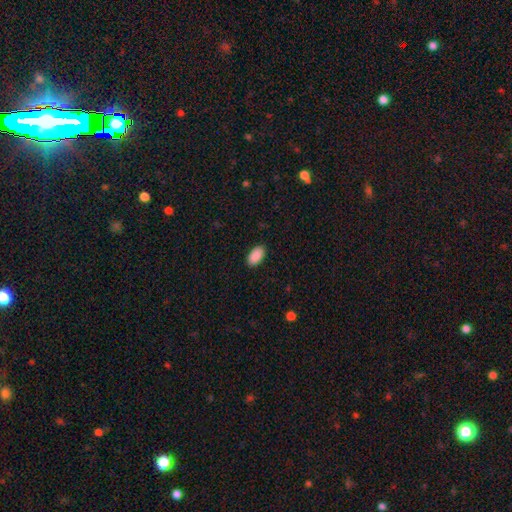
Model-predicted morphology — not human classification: Q: Smooth or featured?
A: smooth (91%); runner-up: star or artifact (7%)
Q: How rounded?
A: in between (95%); runner-up: round (3%)
Q: Merging?
A: none (89%); runner-up: minor disturbance (8%)